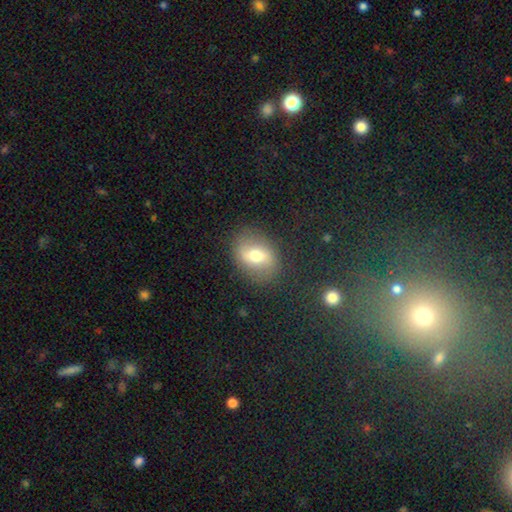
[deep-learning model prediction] Smooth or featured? smooth (53%)
How rounded? in between (63%)
Merging? none (82%)